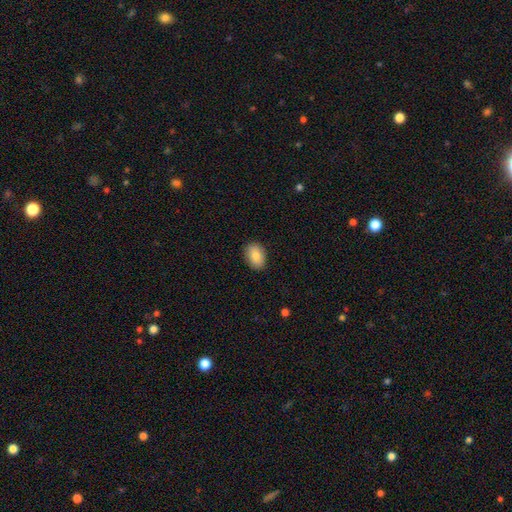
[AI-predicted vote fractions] smooth_or_featured: smooth (p=0.85) [alt: featured or disk p=0.08]
how_rounded: in between (p=0.80) [alt: round p=0.19]
merging: none (p=0.89) [alt: minor disturbance p=0.08]